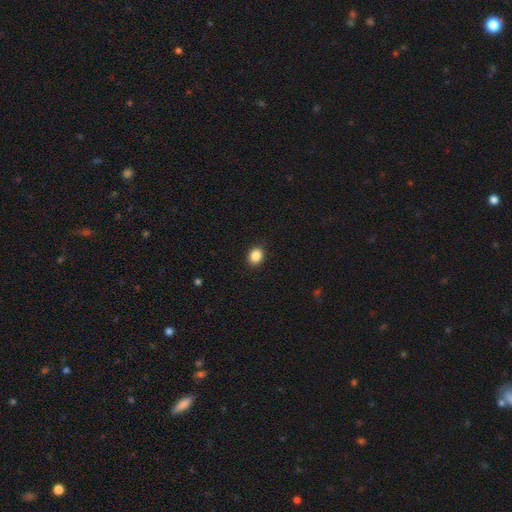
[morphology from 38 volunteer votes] A smooth galaxy with no disk features (92%) that is round (74%). Merging: none (97%).